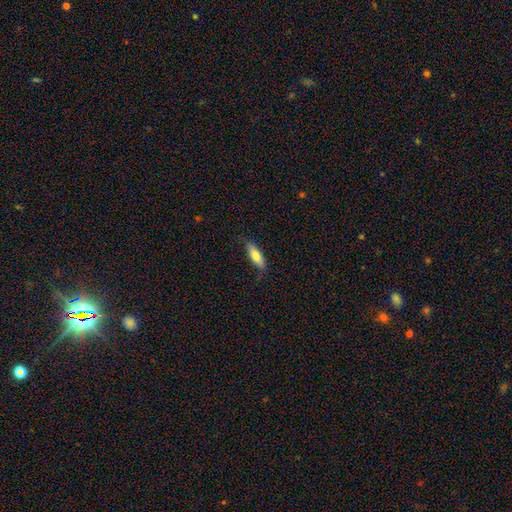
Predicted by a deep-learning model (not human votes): smooth 75%, featured or disk 19%, star or artifact 6%. Down the decision tree: how rounded — in between (59%); merging — none (79%).